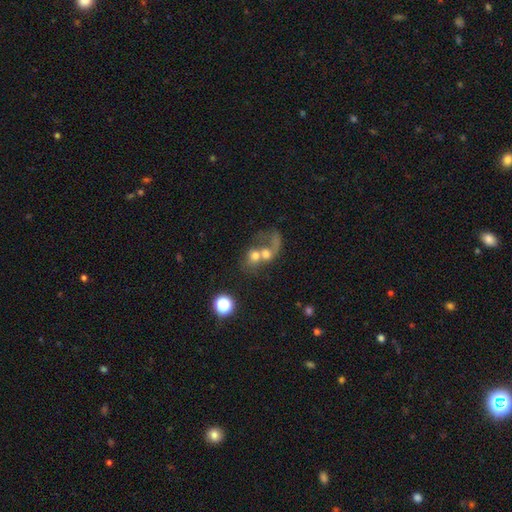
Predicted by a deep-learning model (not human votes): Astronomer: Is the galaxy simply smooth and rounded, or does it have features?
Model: smooth — 48% (runner-up: featured or disk, 37%).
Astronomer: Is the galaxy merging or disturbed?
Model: merger — 74%.